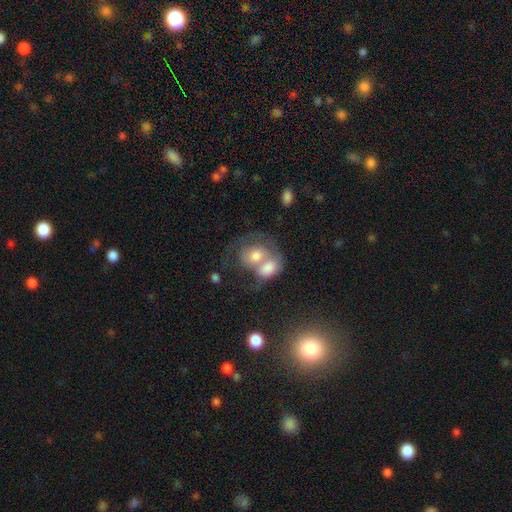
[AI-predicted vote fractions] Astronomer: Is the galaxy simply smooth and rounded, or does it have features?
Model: smooth — 55% (runner-up: featured or disk, 37%).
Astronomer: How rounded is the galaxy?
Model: in between — 55% (runner-up: round, 44%).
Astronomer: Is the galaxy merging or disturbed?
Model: merger — 70%.